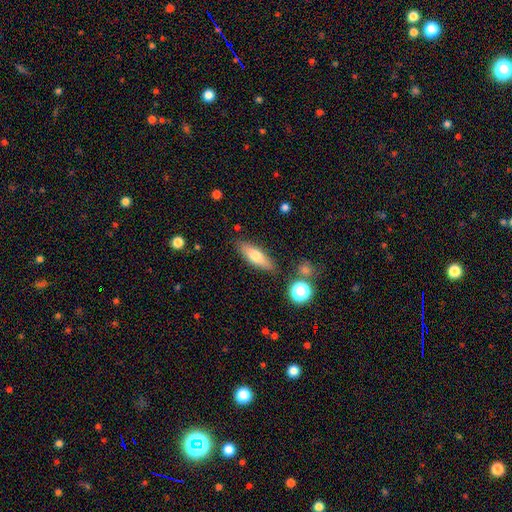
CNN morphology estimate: smooth_or_featured: smooth (p=0.66) [alt: featured or disk p=0.26]
how_rounded: cigar-shaped (p=0.51) [alt: in between p=0.46]
merging: none (p=0.83) [alt: minor disturbance p=0.11]